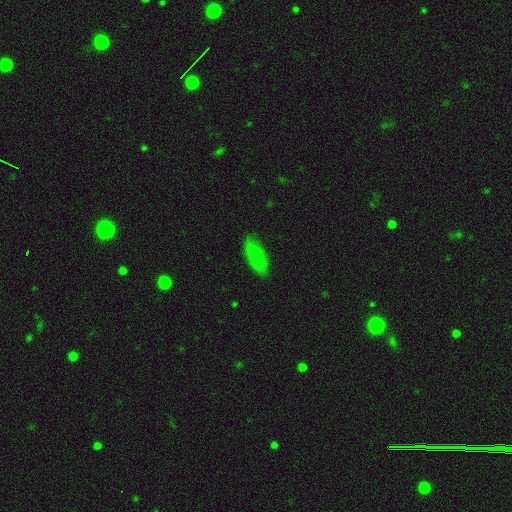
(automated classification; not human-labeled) smooth 79%, featured or disk 13%, star or artifact 9%. Down the decision tree: how rounded — in between (76%); merging — none (80%).